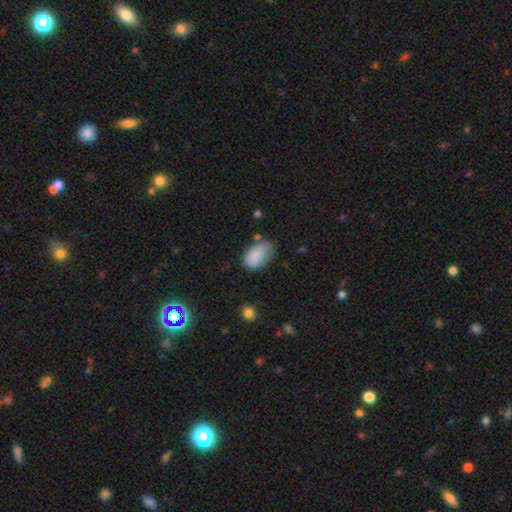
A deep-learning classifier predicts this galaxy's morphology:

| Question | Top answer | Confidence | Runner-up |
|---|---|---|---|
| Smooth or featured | smooth | 86% | star or artifact (7%) |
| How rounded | in between | 91% | round (8%) |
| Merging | none | 57% | minor disturbance (30%) |